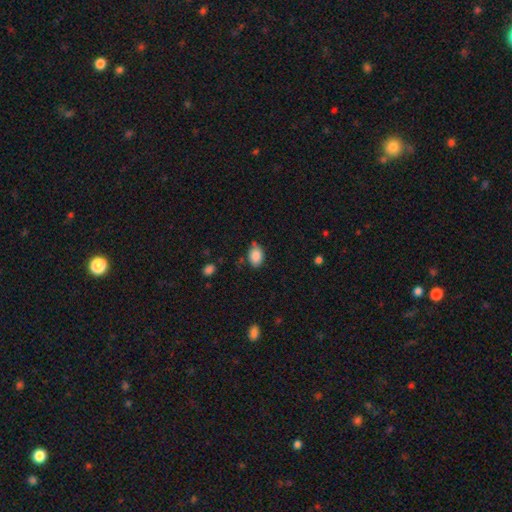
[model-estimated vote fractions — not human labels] smooth 87%, star or artifact 8%, featured or disk 6%. Down the decision tree: how rounded — in between (83%); merging — none (71%).